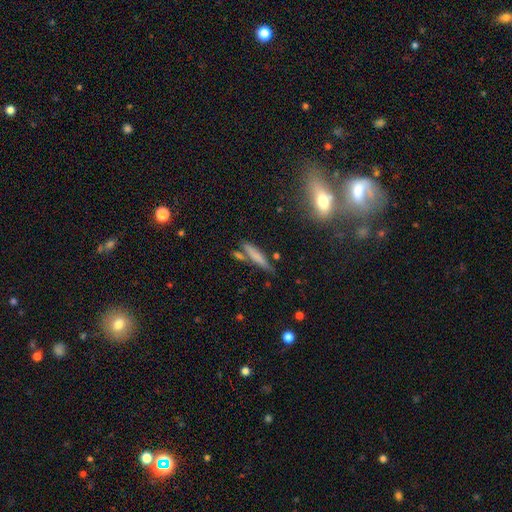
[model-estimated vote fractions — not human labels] Smooth or featured?
  - smooth: 67% *
  - featured or disk: 25%
  - star or artifact: 9%
How rounded?
  - cigar-shaped: 87% *
  - in between: 11%
  - round: 2%
Merging?
  - none: 65% *
  - minor disturbance: 15%
  - merger: 15%
  - major disturbance: 5%